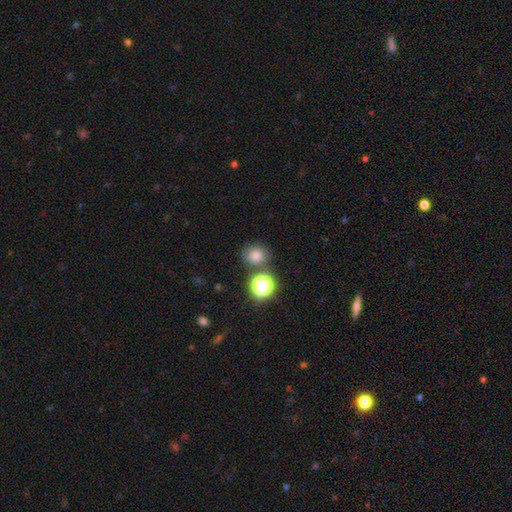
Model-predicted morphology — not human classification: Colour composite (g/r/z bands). It shows a smooth galaxy with no disk features (73%) that is round (80%). Merging: none (75%).